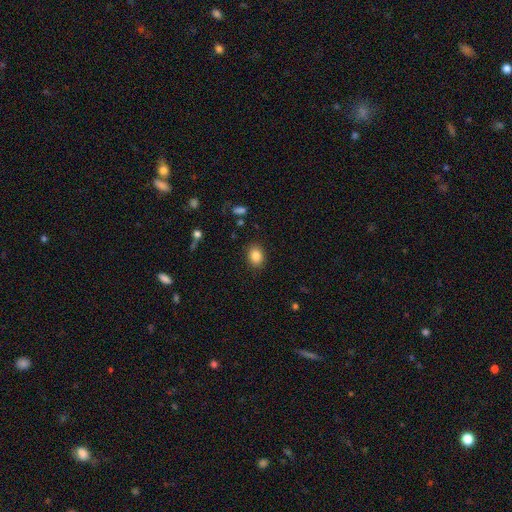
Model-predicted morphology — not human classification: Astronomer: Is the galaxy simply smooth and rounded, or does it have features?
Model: smooth — 85%.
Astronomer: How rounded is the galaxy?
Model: in between — 61% (runner-up: round, 38%).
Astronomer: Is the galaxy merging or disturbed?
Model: none — 88%.